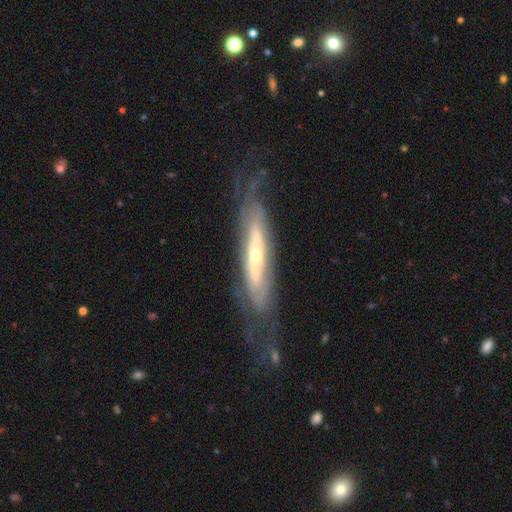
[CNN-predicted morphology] Smooth or featured: featured or disk — 81% (smooth — 14%)
Edge-on disk: no — 61% (yes — 39%)
Merging: none — 66% (minor disturbance — 18%)